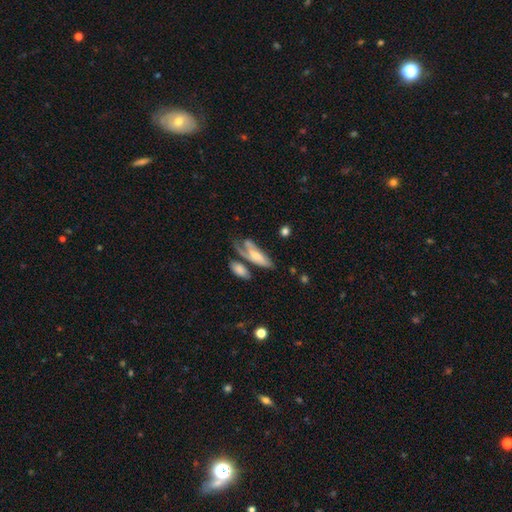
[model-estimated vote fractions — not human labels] Smooth or featured? smooth (52%)
How rounded? in between (64%)
Merging? merger (33%)